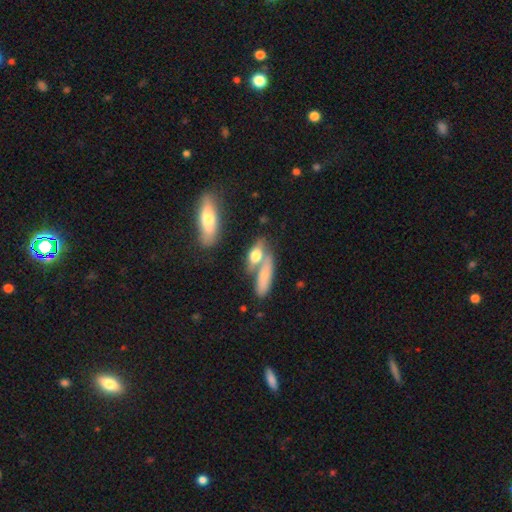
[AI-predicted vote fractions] A smooth galaxy with no disk features (65%) that is in between round and cigar-shaped (65%).

Vote fractions:
- Smooth or featured? smooth: 65% / featured or disk: 27% / star or artifact: 8%
- How rounded? in between: 65% / cigar-shaped: 28% / round: 8%
- Merging? merger: 42% / none: 40% / minor disturbance: 12% / major disturbance: 6%